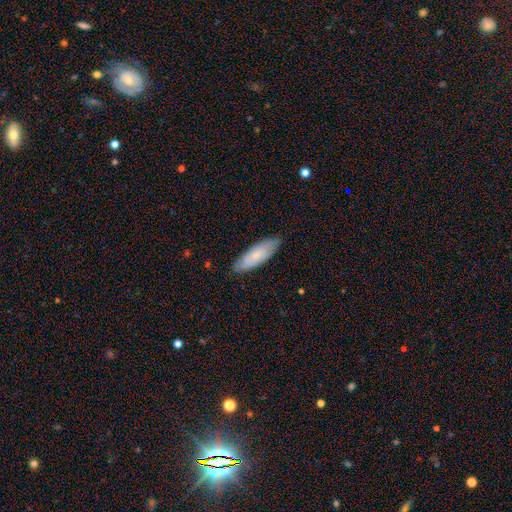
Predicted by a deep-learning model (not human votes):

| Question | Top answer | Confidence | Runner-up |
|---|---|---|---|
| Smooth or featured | smooth | 73% | featured or disk (22%) |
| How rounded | in between | 59% | cigar-shaped (40%) |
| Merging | none | 83% | minor disturbance (14%) |